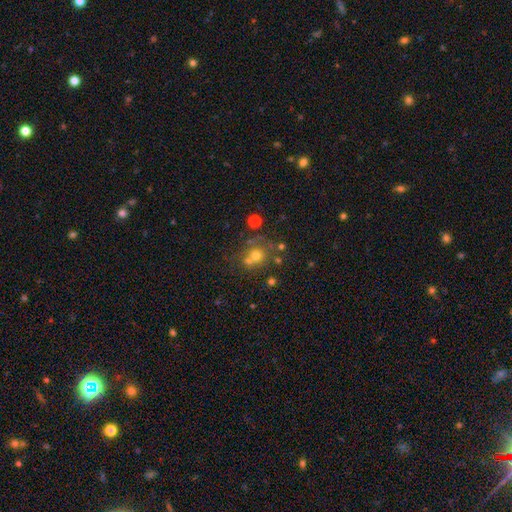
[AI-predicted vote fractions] Smooth or featured?
  - smooth: 63% *
  - star or artifact: 19%
  - featured or disk: 18%
How rounded?
  - round: 81% *
  - in between: 18%
  - cigar-shaped: 1%
Merging?
  - none: 50% *
  - merger: 34%
  - minor disturbance: 11%
  - major disturbance: 6%